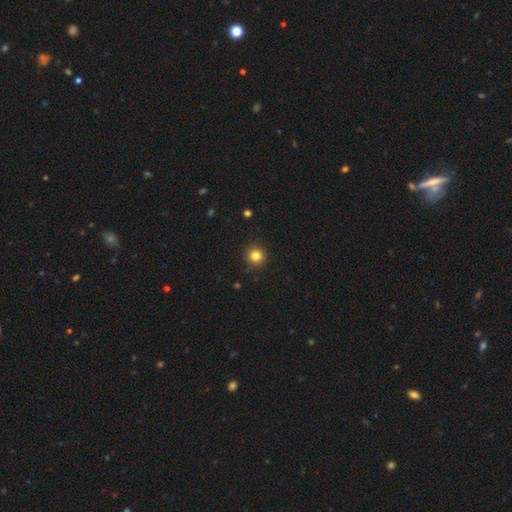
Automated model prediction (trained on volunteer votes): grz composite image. It shows a smooth galaxy with no disk features (82%) that is round (94%). Merging: none (90%).